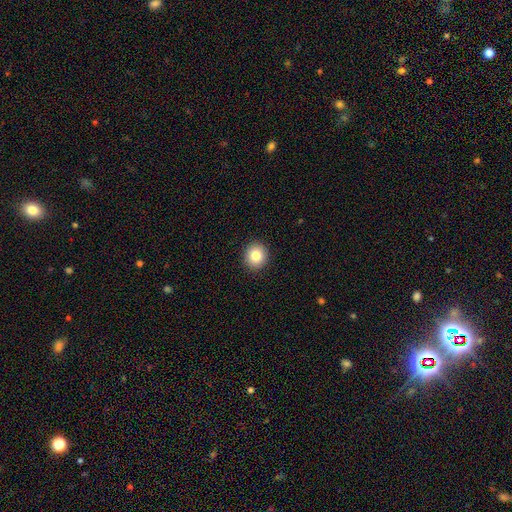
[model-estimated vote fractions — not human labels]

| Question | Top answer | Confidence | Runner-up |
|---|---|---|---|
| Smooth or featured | smooth | 83% | star or artifact (10%) |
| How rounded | round | 88% | in between (11%) |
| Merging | none | 92% | minor disturbance (5%) |